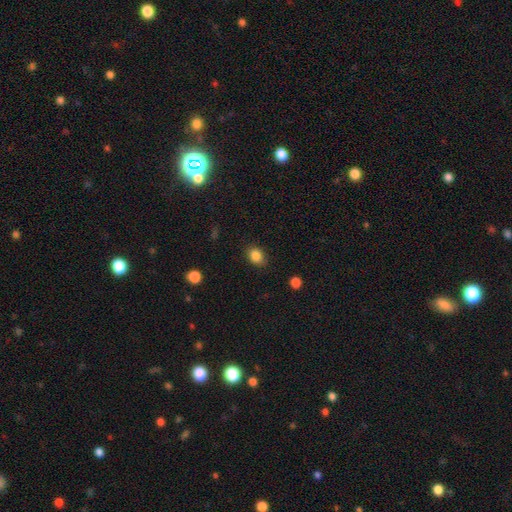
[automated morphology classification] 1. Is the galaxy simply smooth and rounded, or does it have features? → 85% smooth, 10% star or artifact, 5% featured or disk.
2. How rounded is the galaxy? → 62% in between, 37% round, 1% cigar-shaped.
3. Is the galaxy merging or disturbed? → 84% none, 12% minor disturbance, 3% major disturbance, 1% merger.